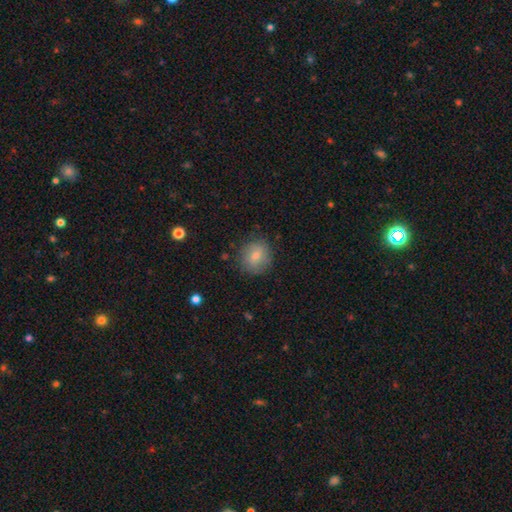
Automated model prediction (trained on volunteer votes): Smooth or featured? smooth (75%)
How rounded? round (81%)
Merging? none (81%)